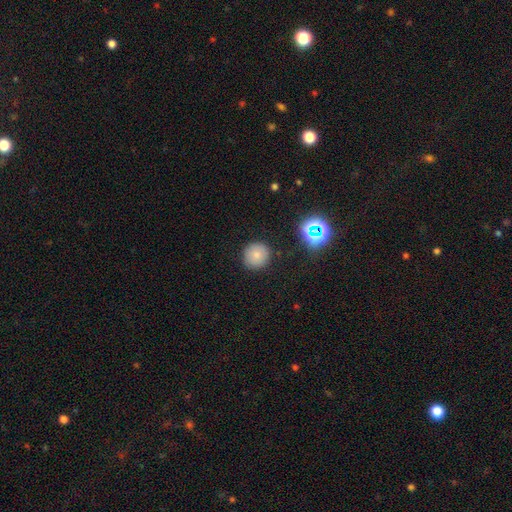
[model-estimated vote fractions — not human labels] Smooth or featured: smooth — 76% (star or artifact — 15%)
How rounded: round — 93% (in between — 6%)
Merging: none — 88% (minor disturbance — 8%)